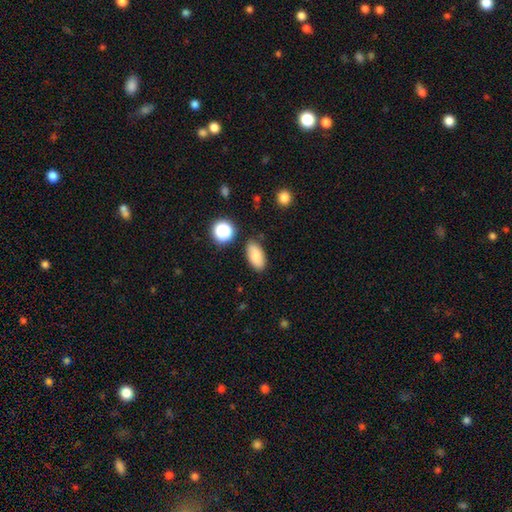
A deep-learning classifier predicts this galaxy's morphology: smooth-or-featured: smooth: 79% | featured or disk: 11% | star or artifact: 10%
  how-rounded: in between: 90% | round: 5% | cigar-shaped: 5%
  merging: none: 83% | minor disturbance: 11% | merger: 3% | major disturbance: 3%